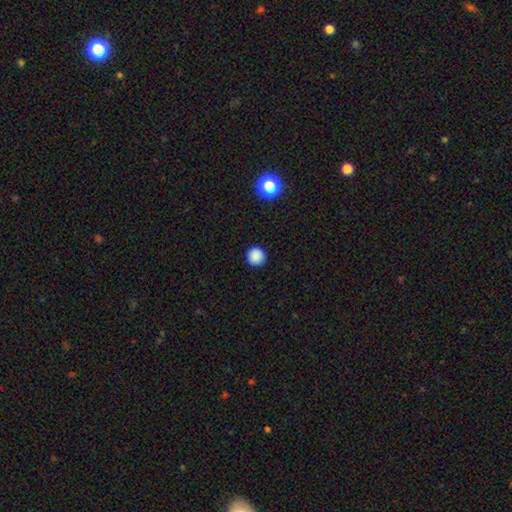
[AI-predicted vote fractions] Morphology: type=smooth (87%); roundness=round (96%); merging=none (93%).